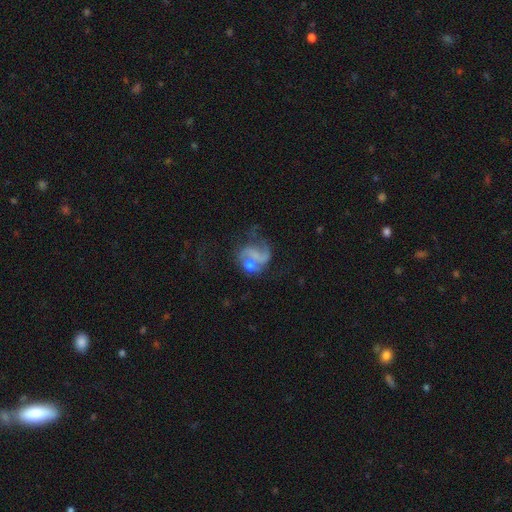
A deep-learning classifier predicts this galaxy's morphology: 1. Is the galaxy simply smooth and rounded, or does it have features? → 64% featured or disk, 26% smooth, 10% star or artifact.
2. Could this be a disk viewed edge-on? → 98% no, 2% yes.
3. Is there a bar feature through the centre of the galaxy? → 61% no, 31% weak, 8% strong.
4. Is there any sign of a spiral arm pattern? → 70% yes, 30% no.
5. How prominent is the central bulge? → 33% moderate, 30% small, 29% none, 6% large, 2% dominant.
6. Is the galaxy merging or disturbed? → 34% major disturbance, 27% none, 22% merger, 17% minor disturbance.